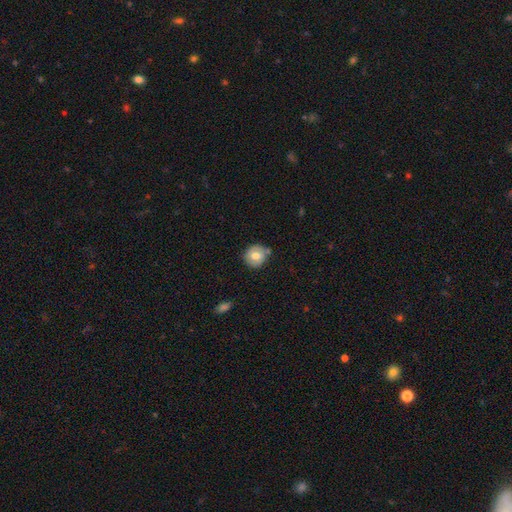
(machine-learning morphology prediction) smooth-or-featured: smooth: 71% | featured or disk: 21% | star or artifact: 8%
  how-rounded: round: 86% | in between: 13% | cigar-shaped: 1%
  merging: none: 72% | minor disturbance: 18% | merger: 6% | major disturbance: 4%